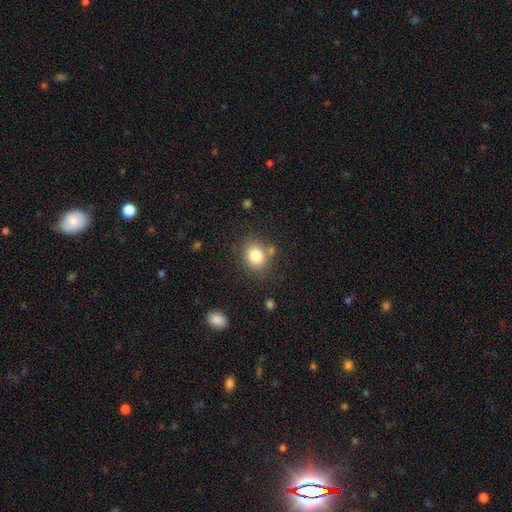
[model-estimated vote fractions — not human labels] A smooth galaxy with no disk features (81%) that is round (62%). Merging: none (75%).